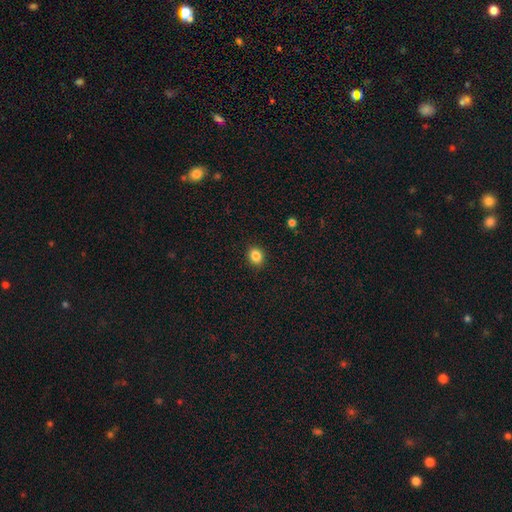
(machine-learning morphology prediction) smooth_or_featured: smooth (p=0.84) [alt: star or artifact p=0.11]
how_rounded: round (p=0.64) [alt: in between p=0.35]
merging: none (p=0.91) [alt: minor disturbance p=0.06]